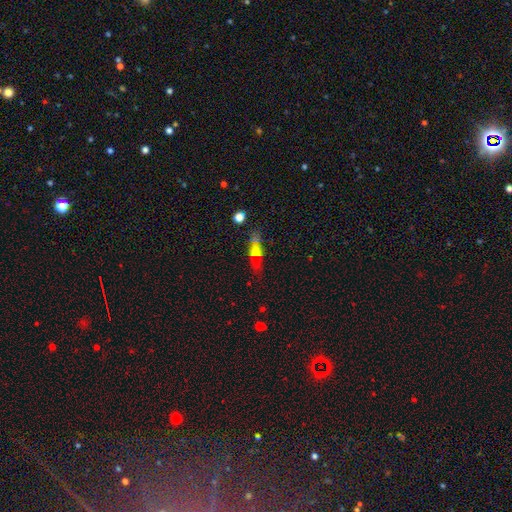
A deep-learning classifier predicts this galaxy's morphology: Smooth or featured? Predicted: smooth (p=0.53). How rounded? Predicted: cigar-shaped (p=0.69). Merging? Predicted: none (p=0.71).